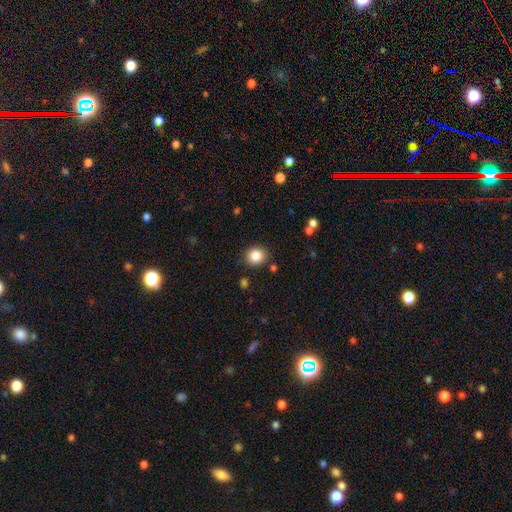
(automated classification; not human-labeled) Smooth or featured?
  - smooth: 85% *
  - star or artifact: 10%
  - featured or disk: 5%
How rounded?
  - round: 80% *
  - in between: 19%
  - cigar-shaped: 1%
Merging?
  - none: 86% *
  - minor disturbance: 9%
  - major disturbance: 3%
  - merger: 2%